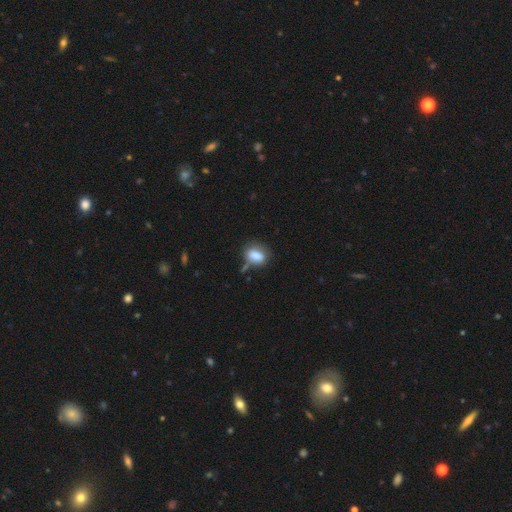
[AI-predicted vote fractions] Smooth or featured? smooth (82%)
How rounded? in between (76%)
Merging? none (58%)